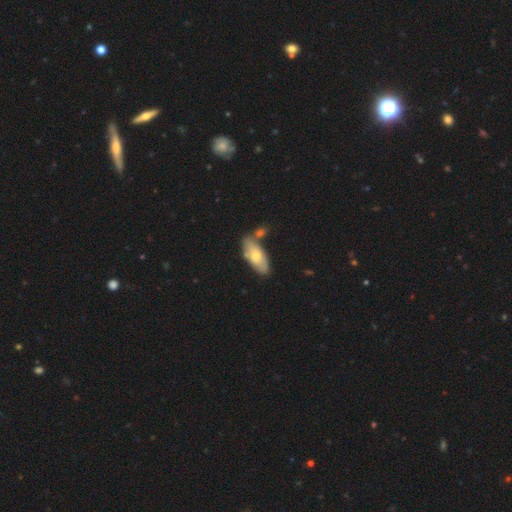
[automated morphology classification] This appears to be a smooth galaxy with no disk features (63%) that is in between round and cigar-shaped (82%). Merging: none (63%).